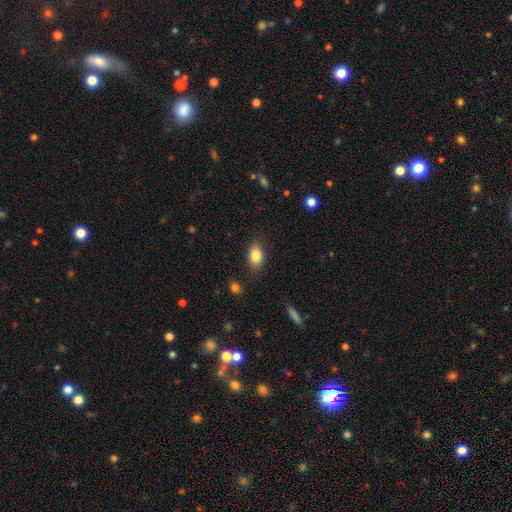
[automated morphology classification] Smooth or featured? smooth (84%)
How rounded? in between (88%)
Merging? none (84%)